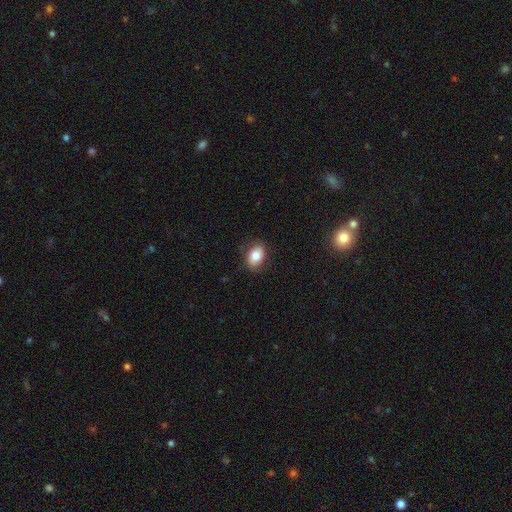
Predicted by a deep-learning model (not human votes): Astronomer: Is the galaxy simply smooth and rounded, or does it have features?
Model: smooth — 80%.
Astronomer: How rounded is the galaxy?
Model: in between — 80%.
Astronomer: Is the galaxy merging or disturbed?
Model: none — 83%.